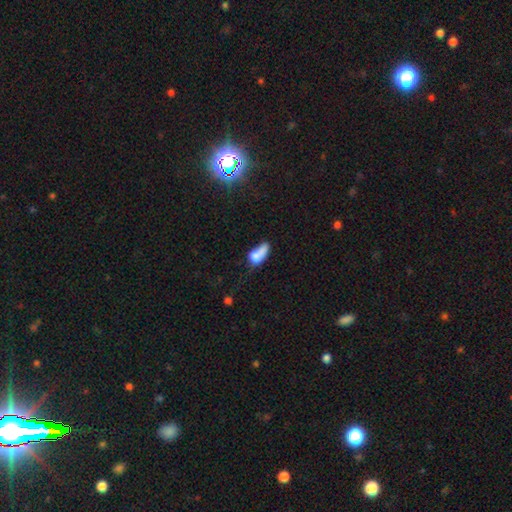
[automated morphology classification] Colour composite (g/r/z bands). It shows a smooth galaxy with no disk features (69%) that is in between round and cigar-shaped (77%). Merging: major disturbance (27%, tied with merger).